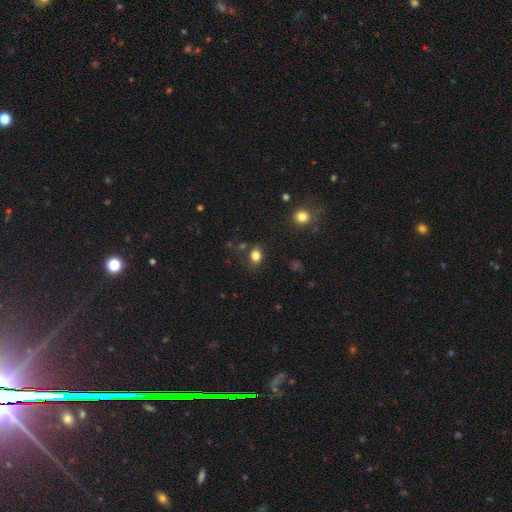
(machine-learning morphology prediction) A smooth galaxy with no disk features (82%) that is in between round and cigar-shaped (68%). Merging: none (77%).